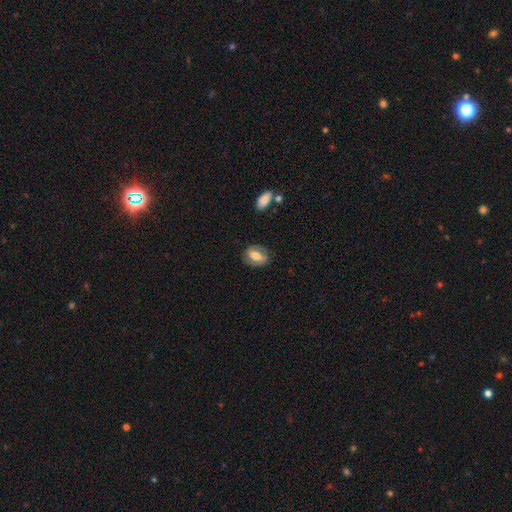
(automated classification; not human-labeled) Smooth or featured?
  - featured or disk: 48% *
  - smooth: 46%
  - star or artifact: 7%
Merging?
  - none: 78% *
  - minor disturbance: 15%
  - major disturbance: 6%
  - merger: 2%